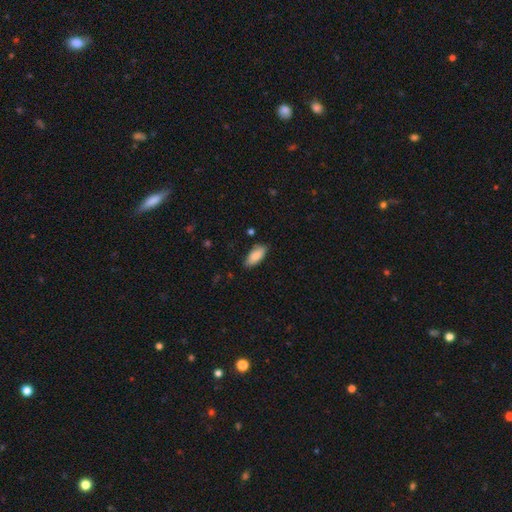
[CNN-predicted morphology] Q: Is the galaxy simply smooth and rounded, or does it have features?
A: smooth — 88%.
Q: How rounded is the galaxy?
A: in between — 84%.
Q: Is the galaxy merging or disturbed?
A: none — 81%.